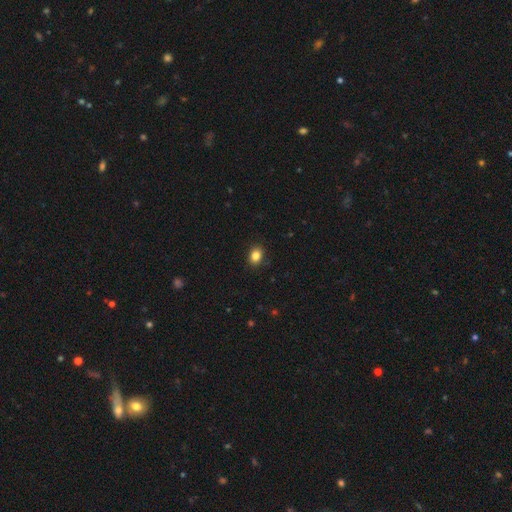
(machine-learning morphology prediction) The model was most divided on "how rounded": in between: 58%, round: 41%, cigar-shaped: 1%. More confident: merging — none (89%); smooth or featured — smooth (85%).